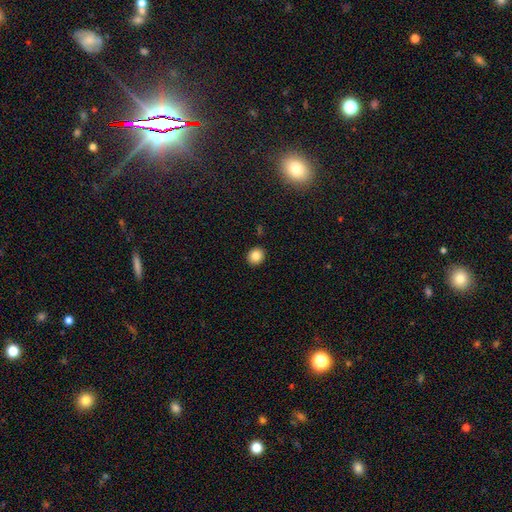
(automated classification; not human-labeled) Morphology: type=smooth (84%); roundness=round (74%); merging=none (91%).